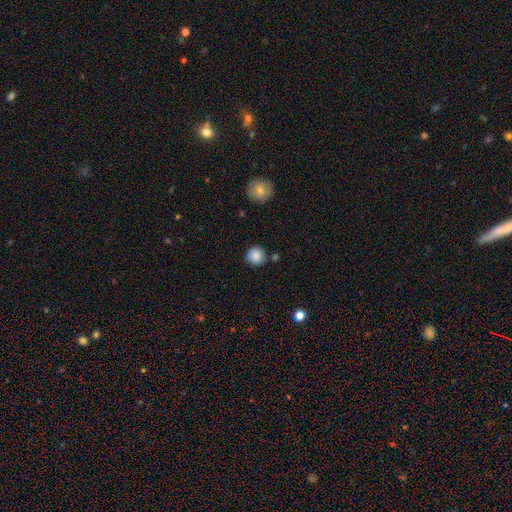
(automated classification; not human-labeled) A smooth galaxy with no disk features (87%) that is round (94%).

Vote fractions:
- Smooth or featured? smooth: 87% / star or artifact: 9% / featured or disk: 4%
- How rounded? round: 94% / in between: 5% / cigar-shaped: 1%
- Merging? none: 85% / minor disturbance: 8% / merger: 4% / major disturbance: 2%